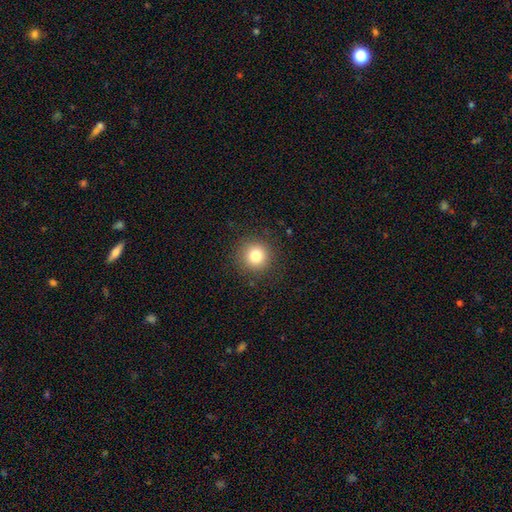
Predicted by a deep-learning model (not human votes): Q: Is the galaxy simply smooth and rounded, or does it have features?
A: smooth — 80%.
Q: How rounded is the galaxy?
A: round — 95%.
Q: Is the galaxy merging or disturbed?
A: none — 89%.